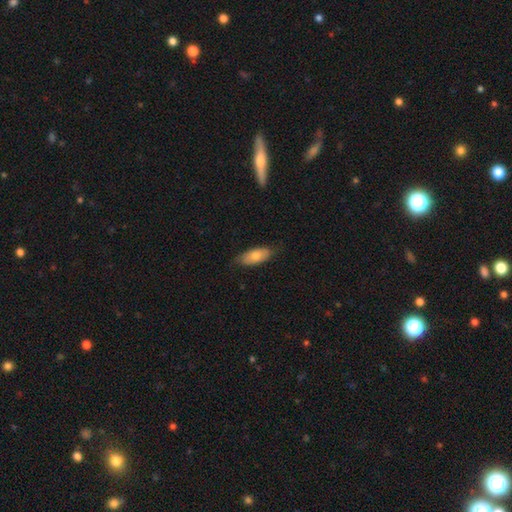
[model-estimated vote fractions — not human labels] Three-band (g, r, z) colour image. It shows a smooth galaxy with no disk features (74%) that is in between round and cigar-shaped (85%). Merging: none (77%).